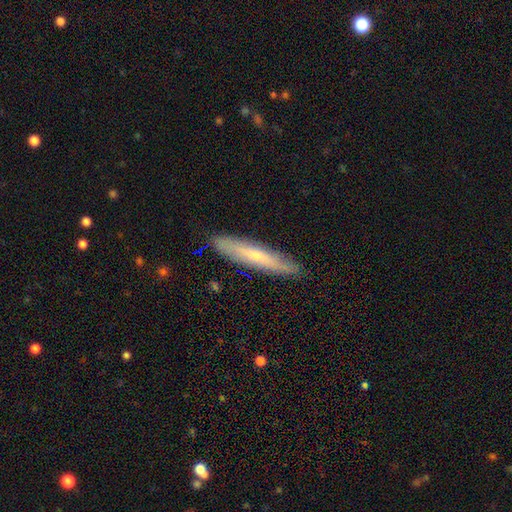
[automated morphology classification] smooth_or_featured: smooth (p=0.49) [alt: featured or disk p=0.44]
merging: none (p=0.89) [alt: minor disturbance p=0.09]